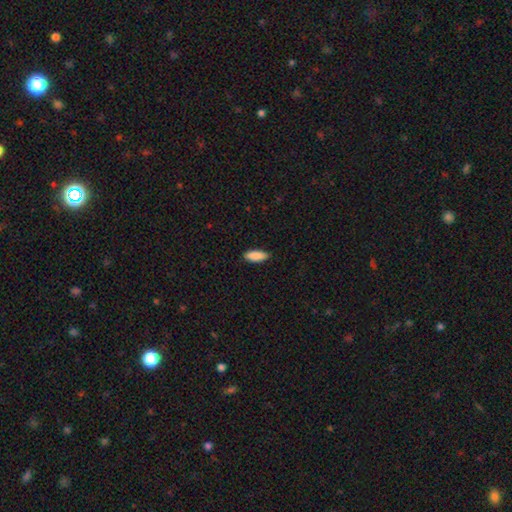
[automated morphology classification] Smooth or featured?
  - smooth: 90% *
  - star or artifact: 6%
  - featured or disk: 4%
How rounded?
  - in between: 72% *
  - cigar-shaped: 26%
  - round: 2%
Merging?
  - none: 86% *
  - minor disturbance: 11%
  - major disturbance: 2%
  - merger: 1%